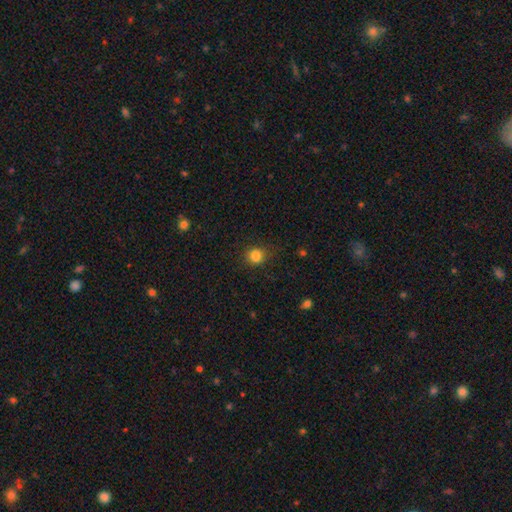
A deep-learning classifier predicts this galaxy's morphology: A smooth galaxy with no disk features (84%) that is round (79%).

Vote fractions:
- Smooth or featured? smooth: 84% / star or artifact: 12% / featured or disk: 4%
- How rounded? round: 79% / in between: 21% / cigar-shaped: 1%
- Merging? none: 79% / minor disturbance: 15% / major disturbance: 5% / merger: 2%